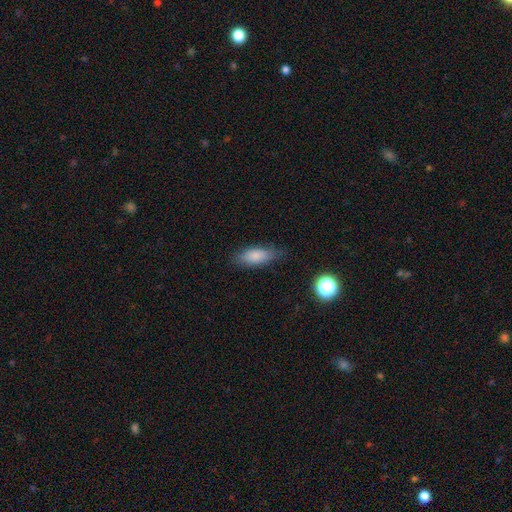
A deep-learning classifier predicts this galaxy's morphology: A smooth galaxy with no disk features (81%) that is in between round and cigar-shaped (75%).

Vote fractions:
- Smooth or featured? smooth: 81% / featured or disk: 11% / star or artifact: 8%
- How rounded? in between: 75% / cigar-shaped: 22% / round: 3%
- Merging? none: 77% / minor disturbance: 17% / major disturbance: 4% / merger: 1%